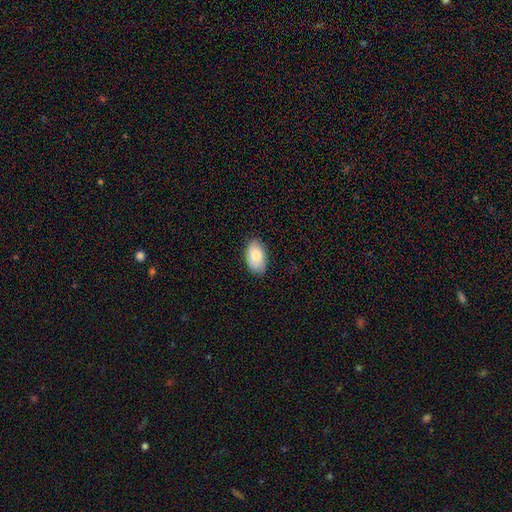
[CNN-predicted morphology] type=smooth (82%); roundness=in between (93%); merging=none (84%).